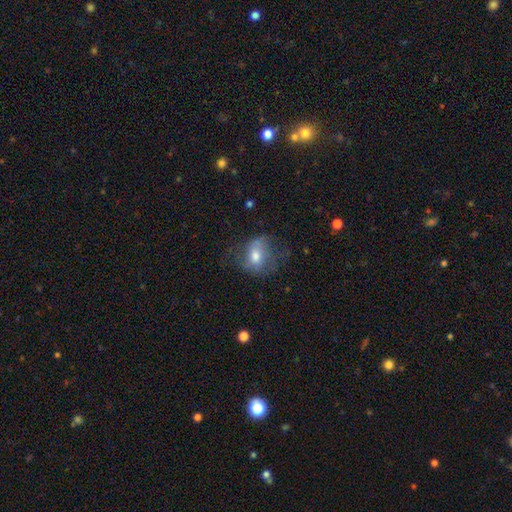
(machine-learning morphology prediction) Smooth or featured?
  - smooth: 60% *
  - featured or disk: 30%
  - star or artifact: 10%
How rounded?
  - in between: 54% *
  - round: 45%
  - cigar-shaped: 2%
Merging?
  - none: 46% *
  - minor disturbance: 28%
  - major disturbance: 25%
  - merger: 2%